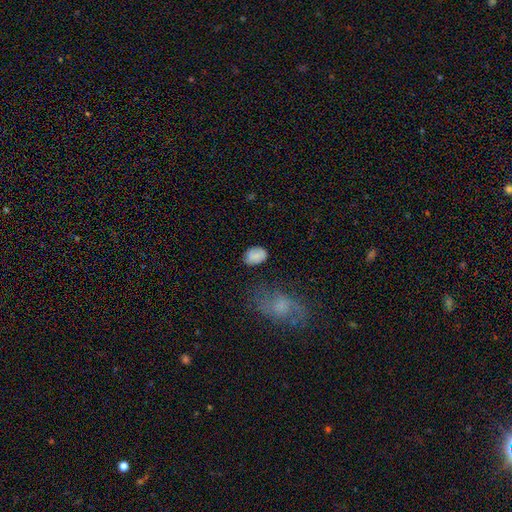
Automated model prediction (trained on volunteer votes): This is likely a smooth galaxy (78%). How rounded: likely in between (77%). Merging: likely none (70%).